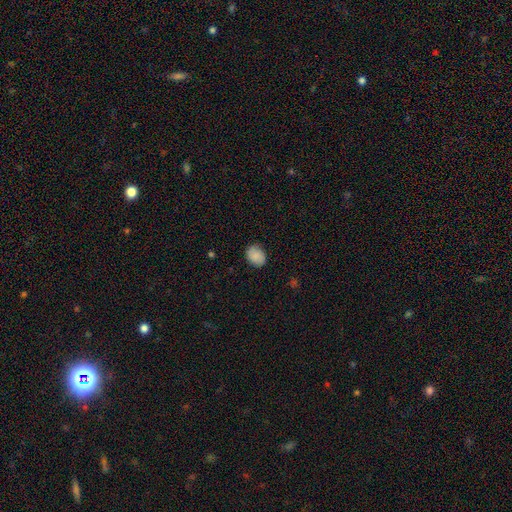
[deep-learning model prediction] Morphology: type=smooth (78%); roundness=in between (55%); merging=none (76%).